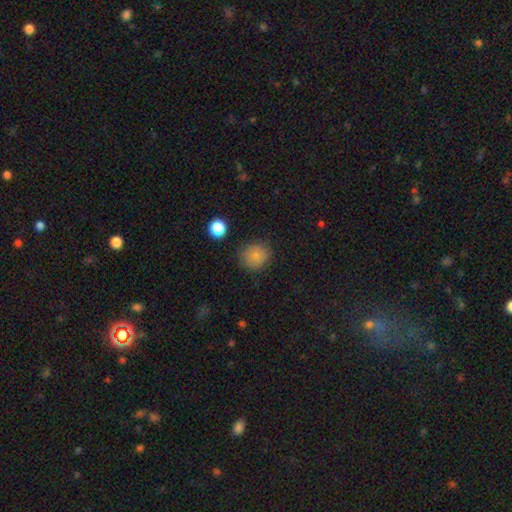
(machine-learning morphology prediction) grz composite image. It shows a smooth galaxy with no disk features (81%) that is round (86%). Merging: none (82%).